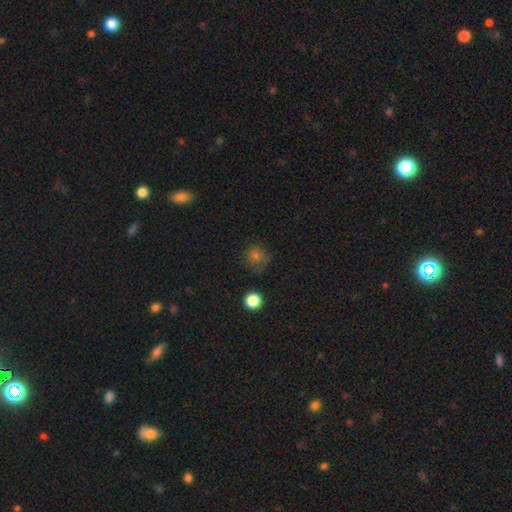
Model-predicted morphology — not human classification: Q: Smooth or featured?
A: smooth (73%); runner-up: star or artifact (19%)
Q: How rounded?
A: round (89%); runner-up: in between (10%)
Q: Merging?
A: none (77%); runner-up: minor disturbance (16%)